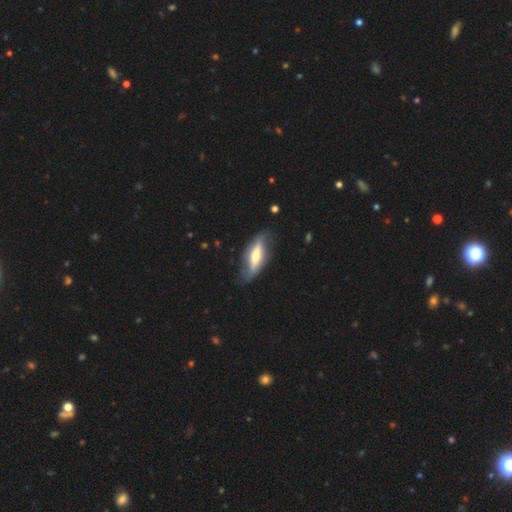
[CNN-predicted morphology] Smooth or featured? Predicted: featured or disk (p=0.54). Edge-on disk? Predicted: yes (p=0.59). Merging? Predicted: none (p=0.75).